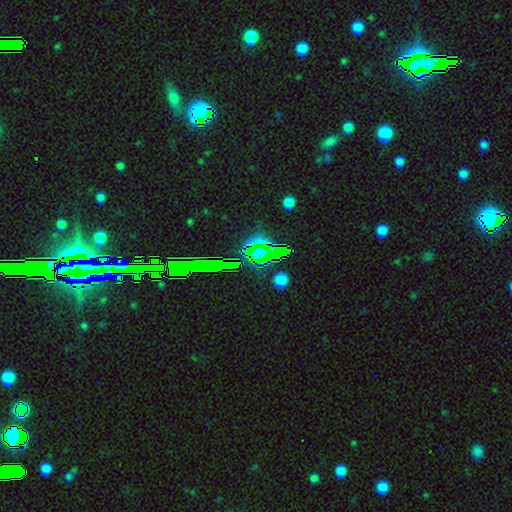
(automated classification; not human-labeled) A star or artifact, not a galaxy (75%).

Vote fractions:
- Smooth or featured? star or artifact: 75% / smooth: 14% / featured or disk: 11%